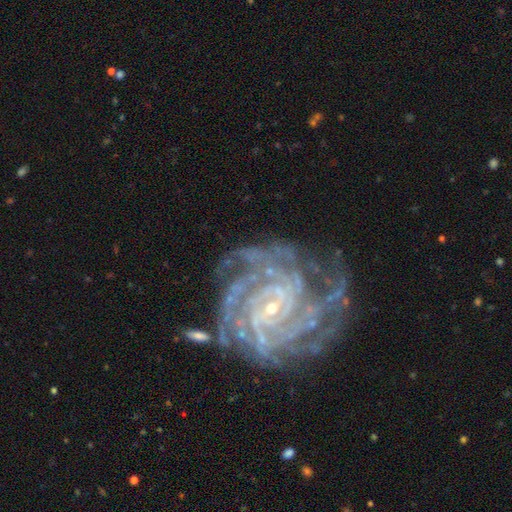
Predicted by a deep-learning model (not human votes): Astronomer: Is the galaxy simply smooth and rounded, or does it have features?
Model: featured or disk — 92%.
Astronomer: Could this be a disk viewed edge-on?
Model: no — 98%.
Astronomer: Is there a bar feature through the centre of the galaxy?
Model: no — 47% (runner-up: weak, 37%).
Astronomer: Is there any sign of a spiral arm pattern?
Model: yes — 98%.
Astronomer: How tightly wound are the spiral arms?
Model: tight — 77%.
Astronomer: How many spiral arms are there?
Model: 4 — 25% (runner-up: more than 4, 20%).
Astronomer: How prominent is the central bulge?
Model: small — 83%.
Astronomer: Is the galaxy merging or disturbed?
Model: none — 68%.